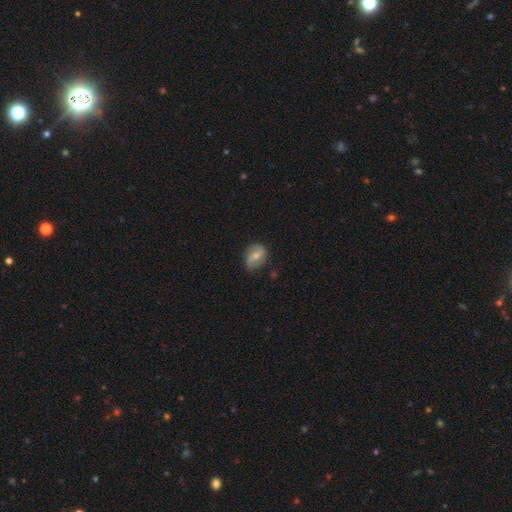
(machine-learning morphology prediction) Overall: featured or disk (51%; smooth 42%). Edge-on disk: no (96%). Merging: none (70%).